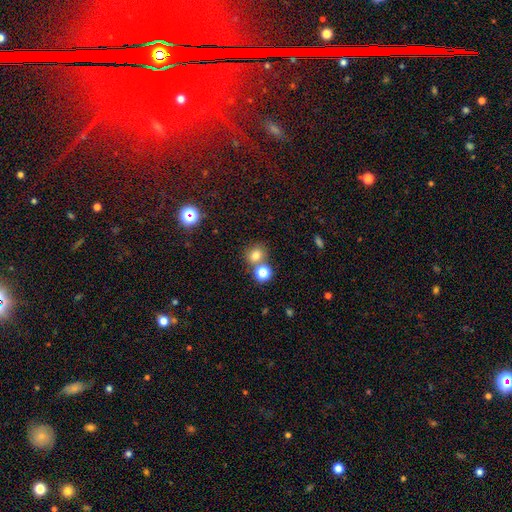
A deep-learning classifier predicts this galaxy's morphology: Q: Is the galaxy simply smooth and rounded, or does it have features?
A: smooth — 75%.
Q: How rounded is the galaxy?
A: round — 76%.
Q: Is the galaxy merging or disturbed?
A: none — 63%.